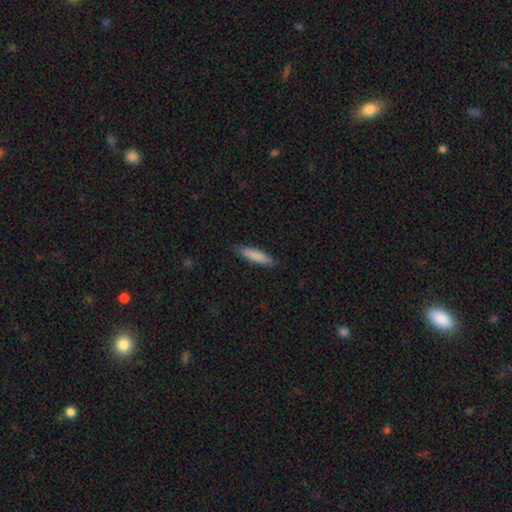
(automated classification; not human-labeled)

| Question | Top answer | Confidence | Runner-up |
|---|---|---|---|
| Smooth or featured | smooth | 84% | featured or disk (11%) |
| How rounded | cigar-shaped | 79% | in between (20%) |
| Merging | none | 86% | minor disturbance (11%) |